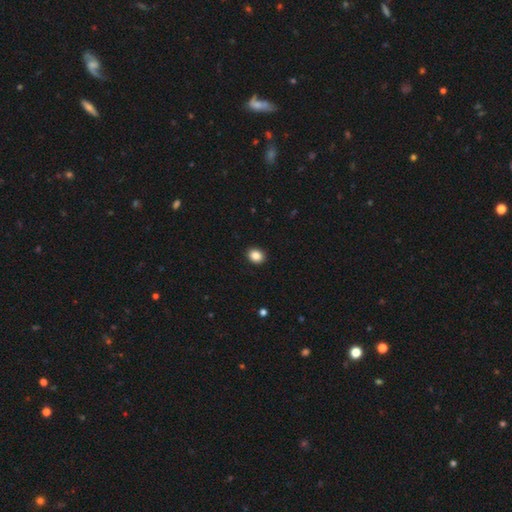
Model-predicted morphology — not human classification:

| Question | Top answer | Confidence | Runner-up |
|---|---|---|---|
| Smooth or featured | smooth | 87% | star or artifact (9%) |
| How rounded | round | 58% | in between (41%) |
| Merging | none | 92% | minor disturbance (6%) |